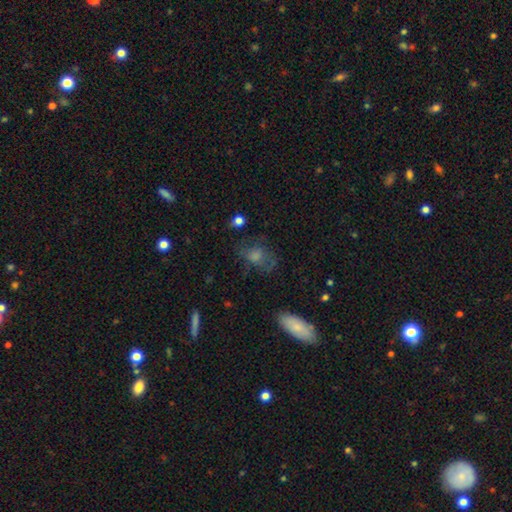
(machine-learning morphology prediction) Overall: smooth (48%; featured or disk 34%). Merging: none (62%).